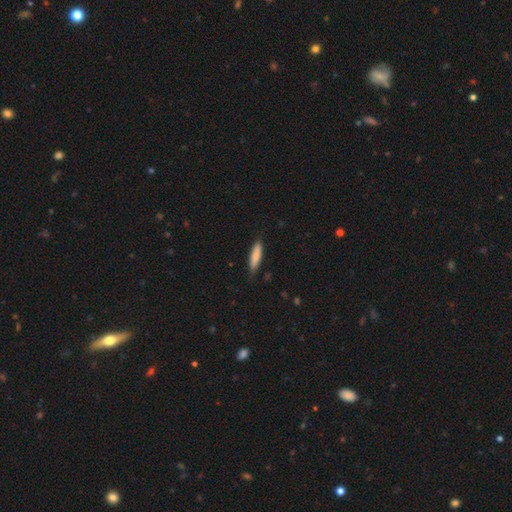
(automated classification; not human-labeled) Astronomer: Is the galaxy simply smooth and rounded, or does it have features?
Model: smooth — 83%.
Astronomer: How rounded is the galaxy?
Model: cigar-shaped — 69%.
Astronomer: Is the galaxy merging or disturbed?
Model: none — 80%.